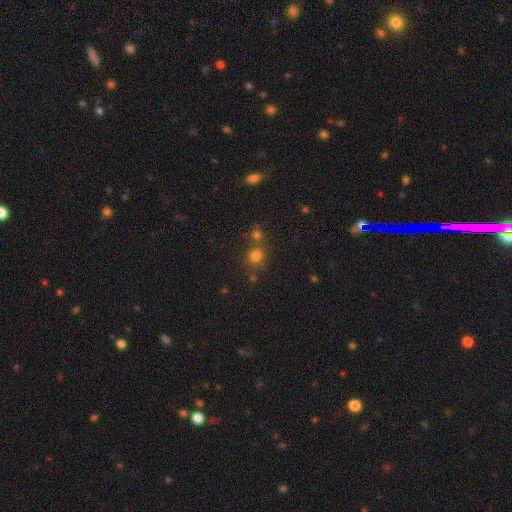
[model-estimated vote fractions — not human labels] Smooth or featured? smooth (75%)
How rounded? round (85%)
Merging? none (63%)